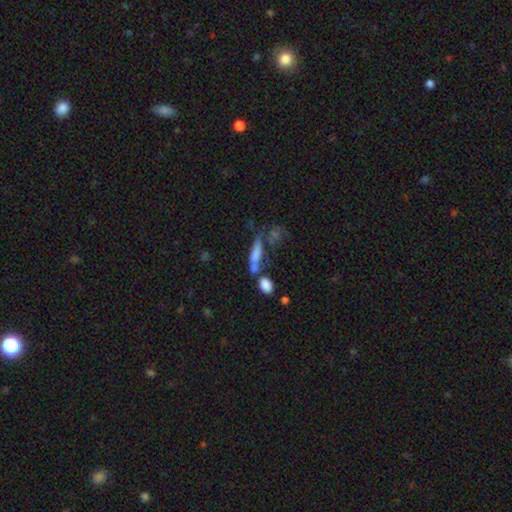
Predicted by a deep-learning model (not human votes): A smooth galaxy with no disk features (68%) that is cigar-shaped (52%).

Vote fractions:
- Smooth or featured? smooth: 68% / featured or disk: 21% / star or artifact: 11%
- How rounded? cigar-shaped: 52% / in between: 43% / round: 5%
- Merging? merger: 38% / none: 37% / minor disturbance: 14% / major disturbance: 11%